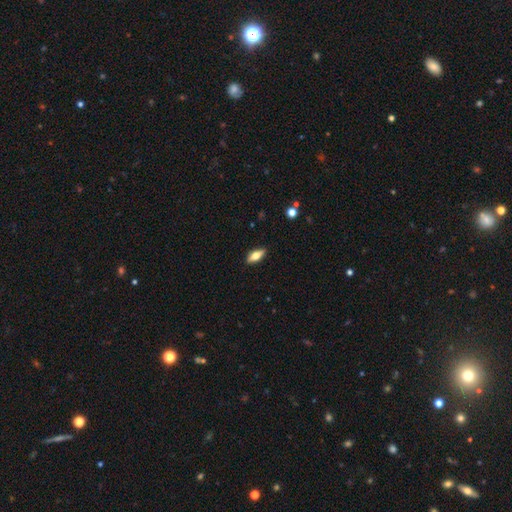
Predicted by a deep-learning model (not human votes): smooth-or-featured: smooth: 61% | featured or disk: 32% | star or artifact: 7%
  how-rounded: in between: 75% | cigar-shaped: 22% | round: 3%
  merging: none: 89% | minor disturbance: 8% | major disturbance: 2% | merger: 1%